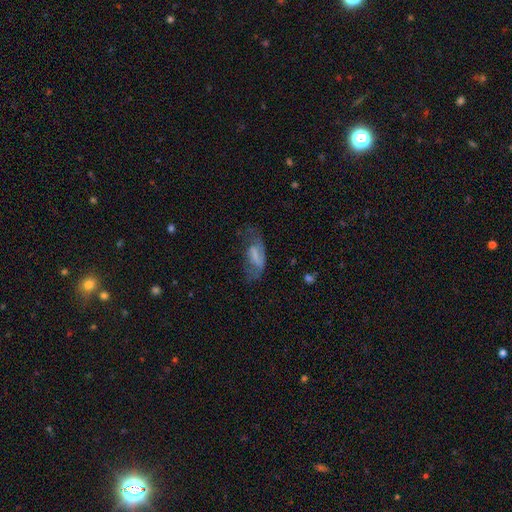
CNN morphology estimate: Overall: smooth (46%; featured or disk 44%). Merging: none (39%; major disturbance 32%).